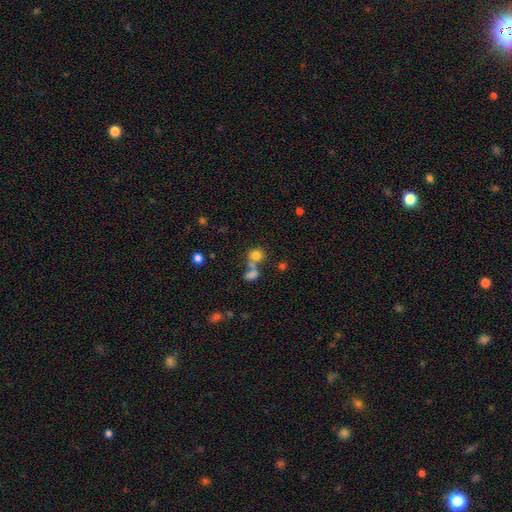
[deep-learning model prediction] A smooth galaxy with no disk features (77%) that is round (77%). Merging: none (48%).